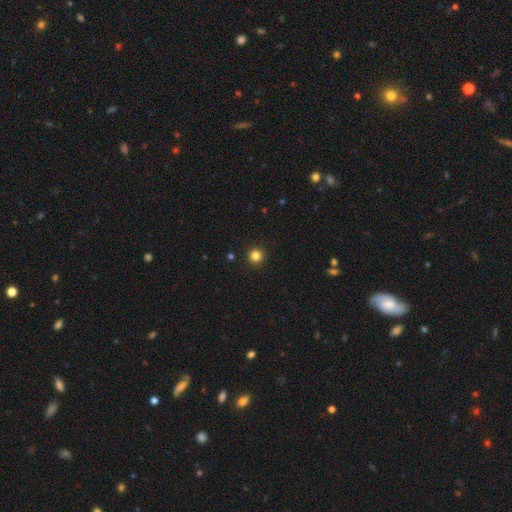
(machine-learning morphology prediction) Smooth or featured? Predicted: smooth (p=0.83). How rounded? Predicted: round (p=0.96). Merging? Predicted: none (p=0.93).